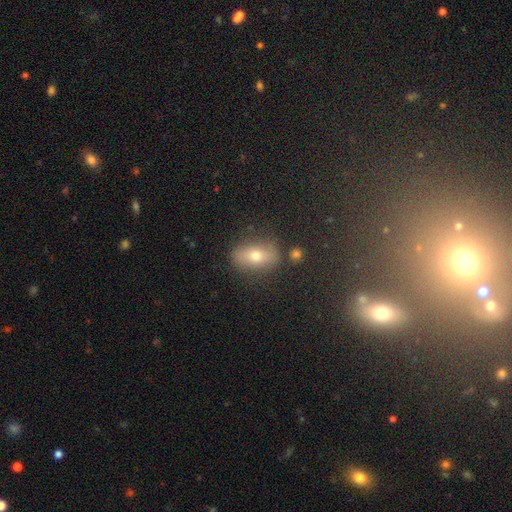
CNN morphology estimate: The model was most divided on "smooth or featured": smooth: 52%, featured or disk: 28%, star or artifact: 20%. More confident: merging — none (80%); how rounded — in between (77%).